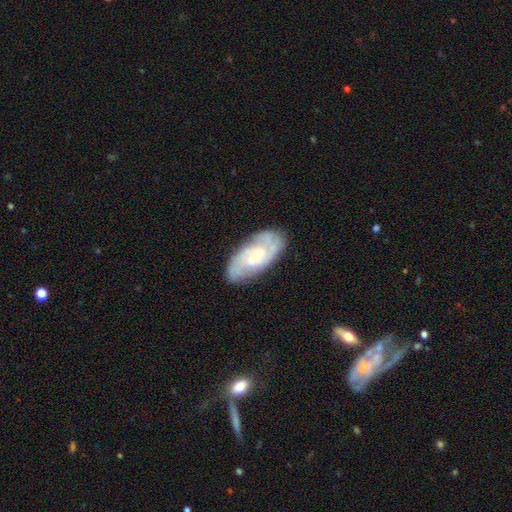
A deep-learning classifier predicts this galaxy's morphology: featured or disk 72%, smooth 21%, star or artifact 6%. Down the decision tree: edge-on disk — no (94%); bar — no (62%); spiral arms — yes (91%); spiral arm count — 2 (39%); spiral winding — tight (53%); bulge size — small (68%); merging — none (79%).